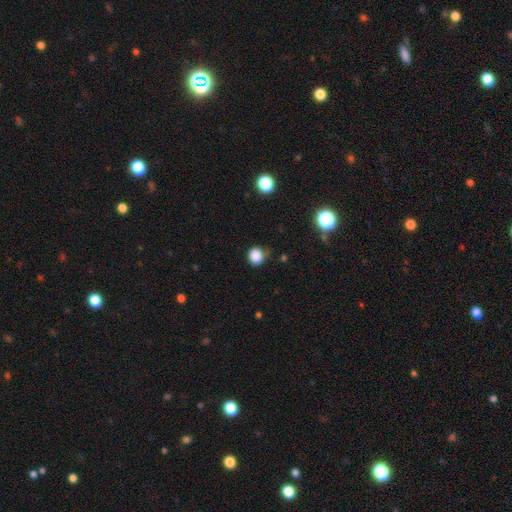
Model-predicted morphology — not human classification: The model was most divided on "merging": none: 74%, minor disturbance: 20%, major disturbance: 5%, merger: 2%. More confident: how rounded — round (88%); smooth or featured — smooth (85%).